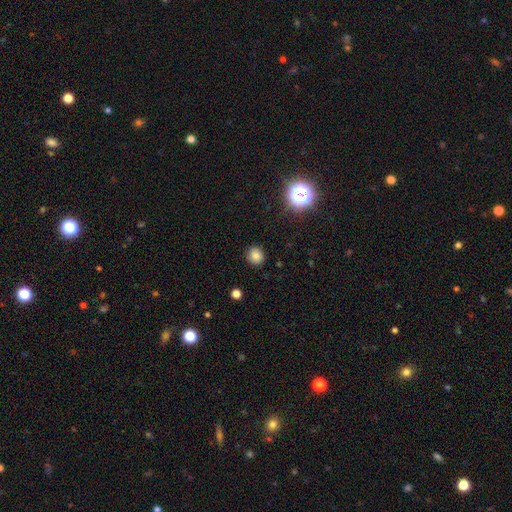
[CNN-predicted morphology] A smooth galaxy with no disk features (81%) that is round (85%).

Vote fractions:
- Smooth or featured? smooth: 81% / star or artifact: 14% / featured or disk: 5%
- How rounded? round: 85% / in between: 14% / cigar-shaped: 1%
- Merging? none: 88% / minor disturbance: 8% / major disturbance: 2% / merger: 1%